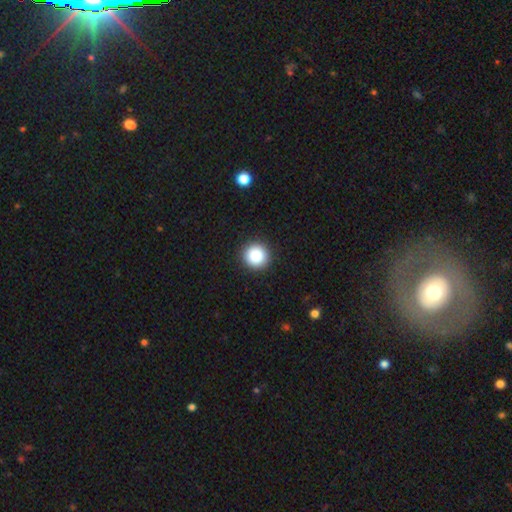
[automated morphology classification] Q: Smooth or featured?
A: smooth (87%); runner-up: star or artifact (9%)
Q: How rounded?
A: round (95%); runner-up: in between (4%)
Q: Merging?
A: none (93%); runner-up: minor disturbance (5%)